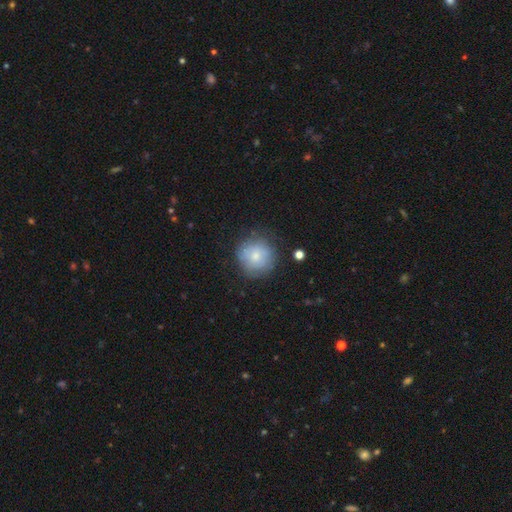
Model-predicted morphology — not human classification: This appears to be a smooth galaxy with no disk features (70%) that is round (92%). Merging: none (73%).